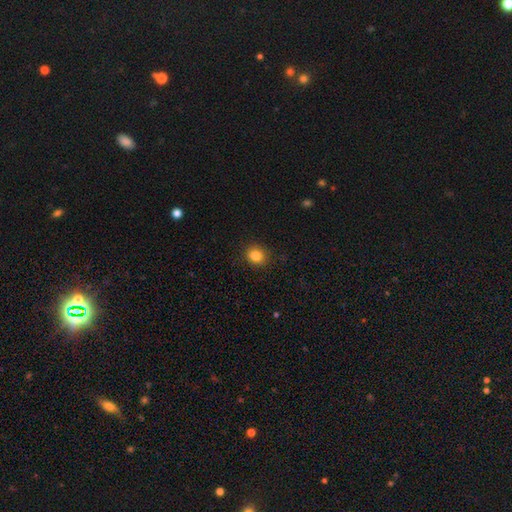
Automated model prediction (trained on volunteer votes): Q: Smooth or featured?
A: smooth (84%); runner-up: star or artifact (11%)
Q: How rounded?
A: round (73%); runner-up: in between (26%)
Q: Merging?
A: none (88%); runner-up: minor disturbance (9%)